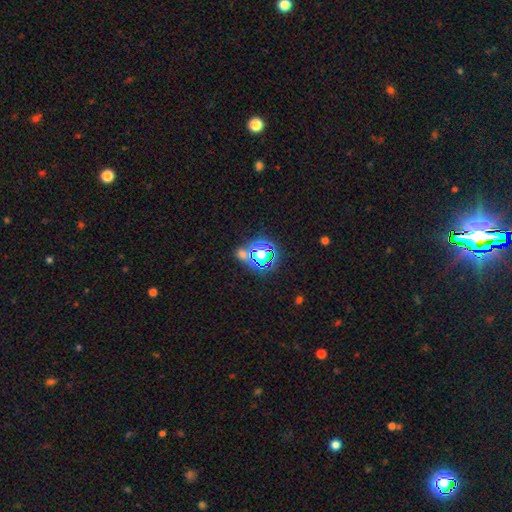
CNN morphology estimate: Q: Smooth or featured?
A: star or artifact (73%); runner-up: smooth (18%)